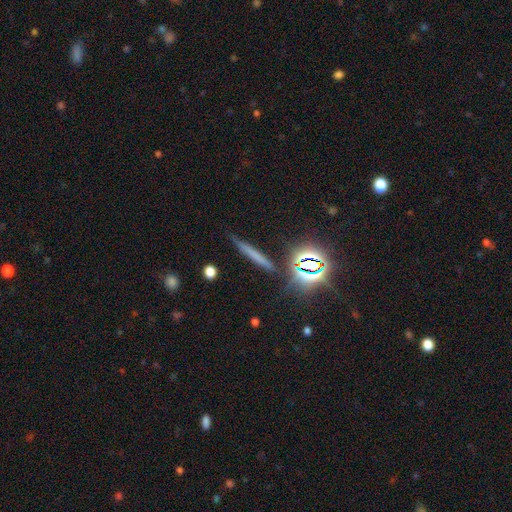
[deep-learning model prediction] Overall: smooth (52%; featured or disk 26%). How rounded: cigar-shaped (90%). Merging: none (83%).